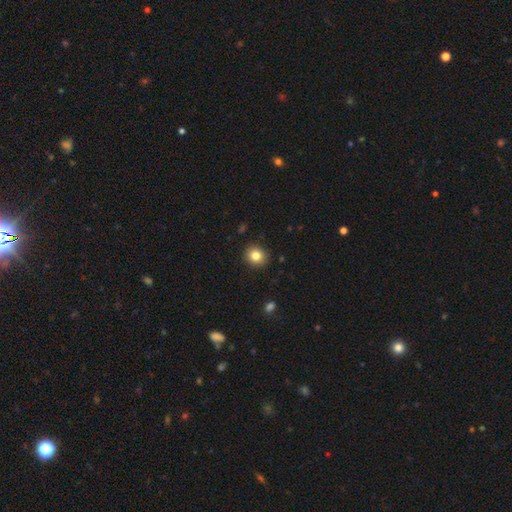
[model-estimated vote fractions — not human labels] Smooth or featured: smooth — 82% (star or artifact — 11%)
How rounded: round — 78% (in between — 21%)
Merging: none — 90% (minor disturbance — 7%)